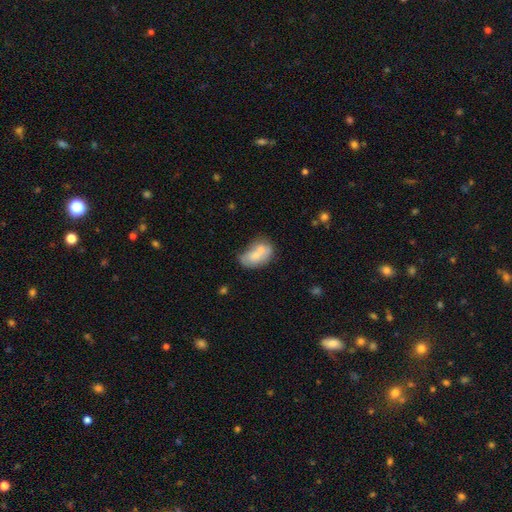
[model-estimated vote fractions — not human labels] Q: Smooth or featured?
A: smooth (67%); runner-up: featured or disk (26%)
Q: How rounded?
A: in between (85%); runner-up: round (13%)
Q: Merging?
A: merger (51%); runner-up: none (26%)